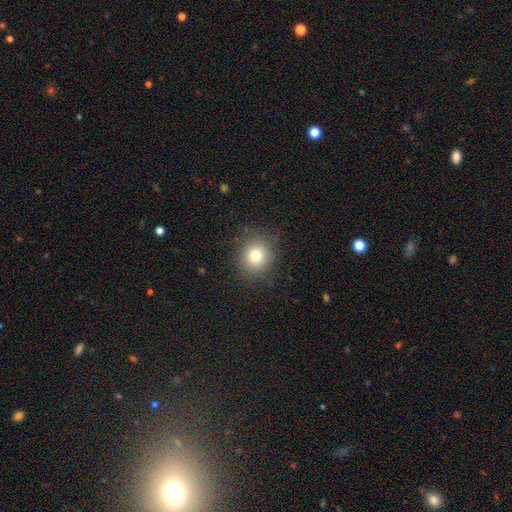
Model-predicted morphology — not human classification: This appears to be a smooth galaxy with no disk features (77%) that is round (77%). Merging: none (86%).